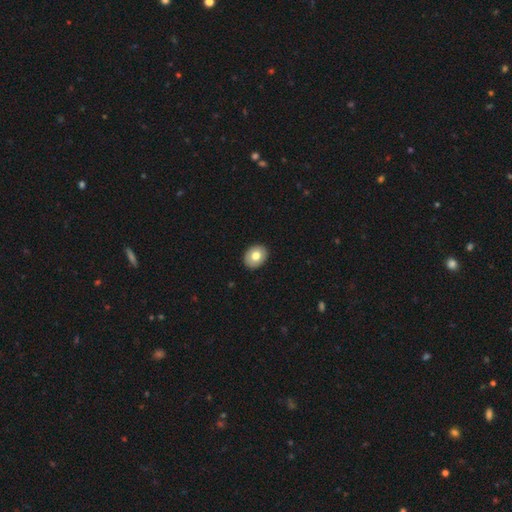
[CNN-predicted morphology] This is likely a smooth galaxy (75%). How rounded: possibly in between (59%). Merging: clearly none (90%).